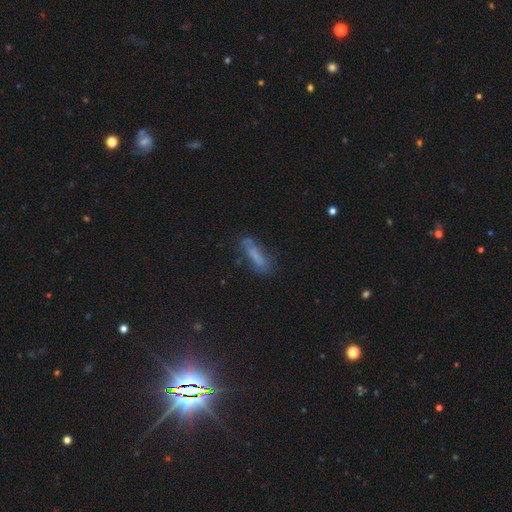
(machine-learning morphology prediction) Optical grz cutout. It shows a smooth galaxy with no disk features (60%) that is cigar-shaped (67%). Merging: none (60%).